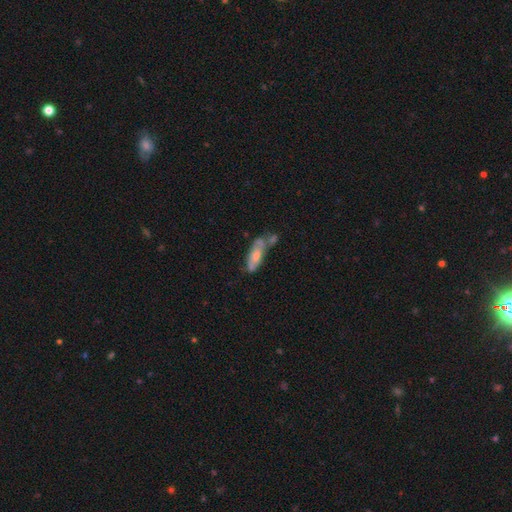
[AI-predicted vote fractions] A smooth galaxy with no disk features (56%) that is in between round and cigar-shaped (59%).

Vote fractions:
- Smooth or featured? smooth: 56% / featured or disk: 37% / star or artifact: 7%
- How rounded? in between: 59% / cigar-shaped: 39% / round: 2%
- Merging? none: 34% / merger: 31% / minor disturbance: 23% / major disturbance: 12%